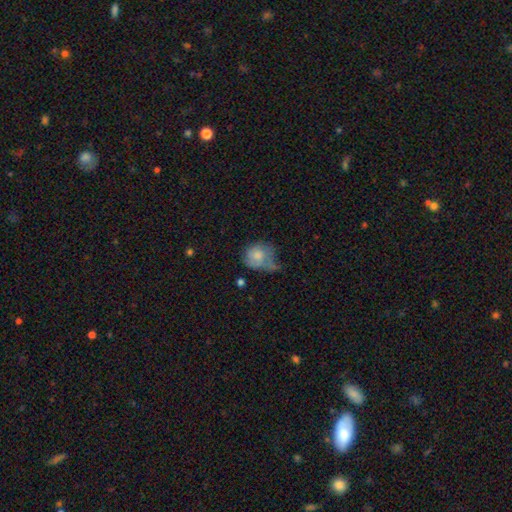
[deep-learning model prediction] Overall: smooth (71%). How rounded: round (68%; in between 31%). Merging: minor disturbance (34%; none 31%).